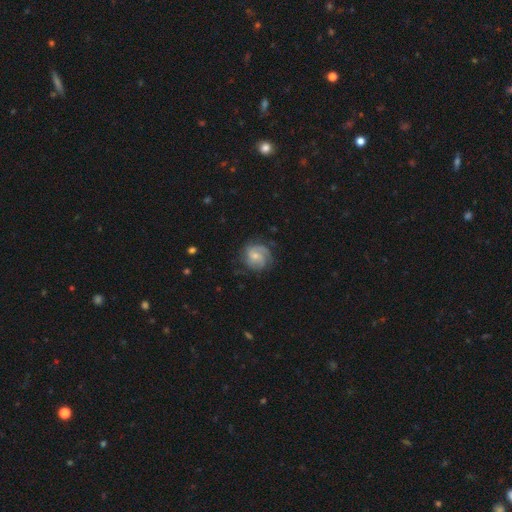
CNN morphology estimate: Q: Smooth or featured?
A: featured or disk (73%); runner-up: smooth (21%)
Q: Edge-on disk?
A: no (98%); runner-up: yes (2%)
Q: Bar?
A: no (59%); runner-up: weak (36%)
Q: Spiral arms?
A: yes (94%); runner-up: no (6%)
Q: Spiral winding?
A: tight (46%); runner-up: medium (39%)
Q: Spiral arm count?
A: 2 (37%); runner-up: can't tell (23%)
Q: Bulge size?
A: small (56%); runner-up: moderate (36%)
Q: Merging?
A: none (70%); runner-up: minor disturbance (19%)